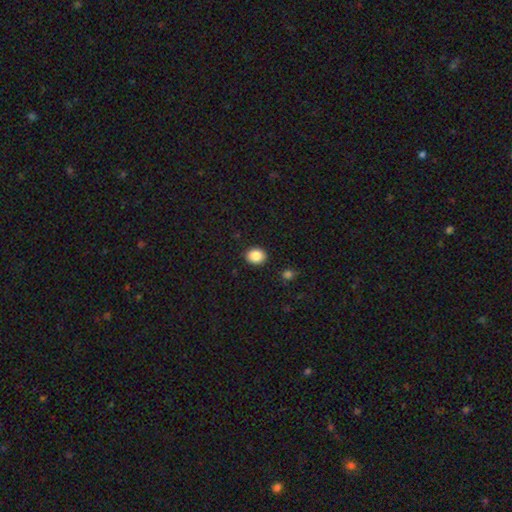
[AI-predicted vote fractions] Smooth or featured? smooth (87%)
How rounded? round (57%)
Merging? none (90%)